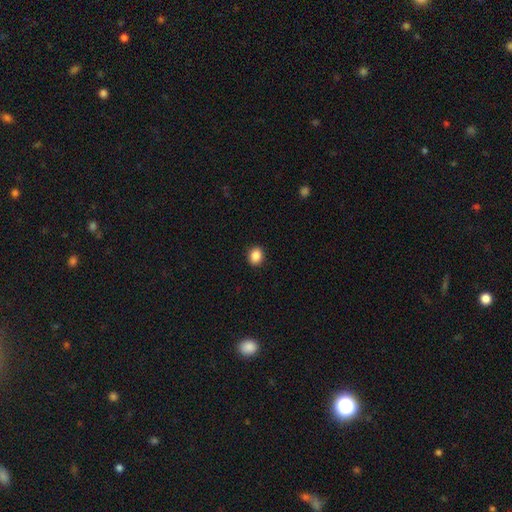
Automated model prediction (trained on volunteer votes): Q: Smooth or featured?
A: smooth (88%); runner-up: star or artifact (9%)
Q: How rounded?
A: round (59%); runner-up: in between (40%)
Q: Merging?
A: none (91%); runner-up: minor disturbance (6%)